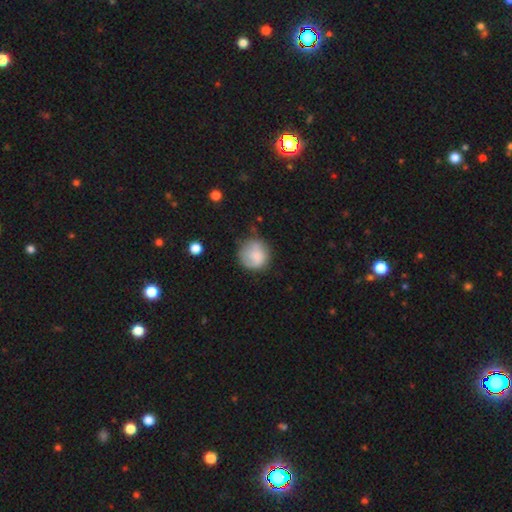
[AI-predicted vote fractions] smooth 77%, featured or disk 16%, star or artifact 8%. Down the decision tree: how rounded — round (90%); merging — none (63%).